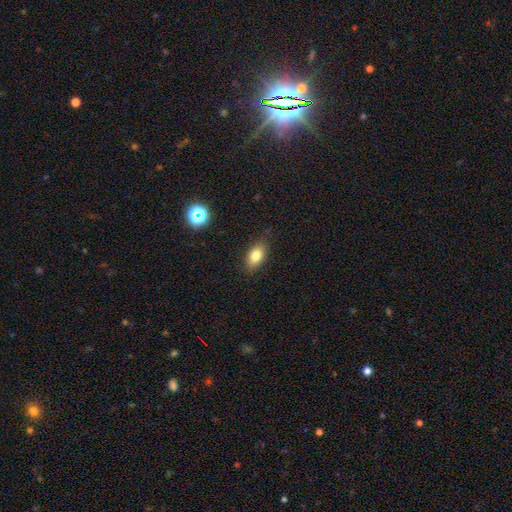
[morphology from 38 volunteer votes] type=smooth (84%); roundness=in between (97%); merging=none (89%).